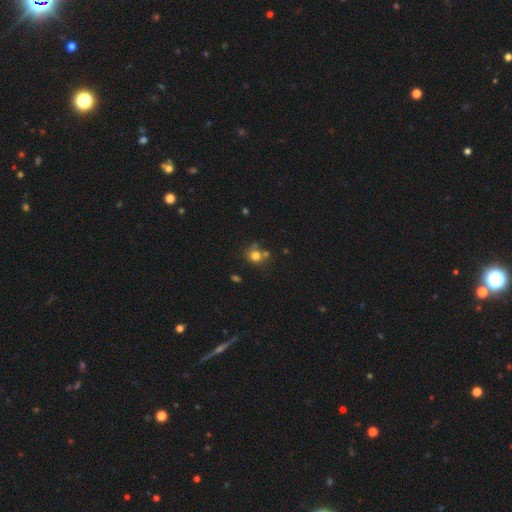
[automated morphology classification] smooth_or_featured: smooth (p=0.76) [alt: star or artifact p=0.14]
how_rounded: round (p=0.81) [alt: in between p=0.19]
merging: none (p=0.55) [alt: merger p=0.22]